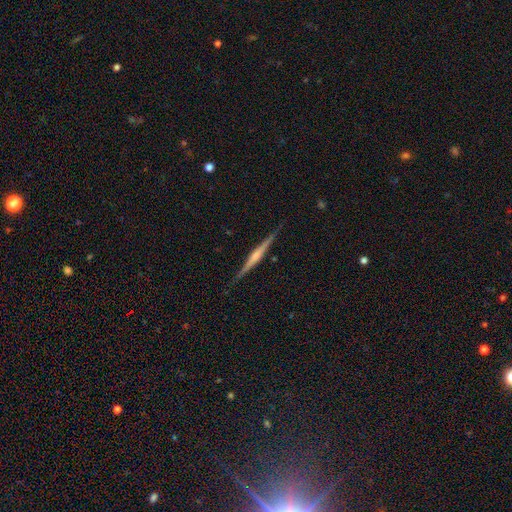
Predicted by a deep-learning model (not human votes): featured or disk 75%, smooth 19%, star or artifact 5%. Down the decision tree: edge-on disk — yes (98%); edge-on bulge — rounded (59%); merging — none (90%).